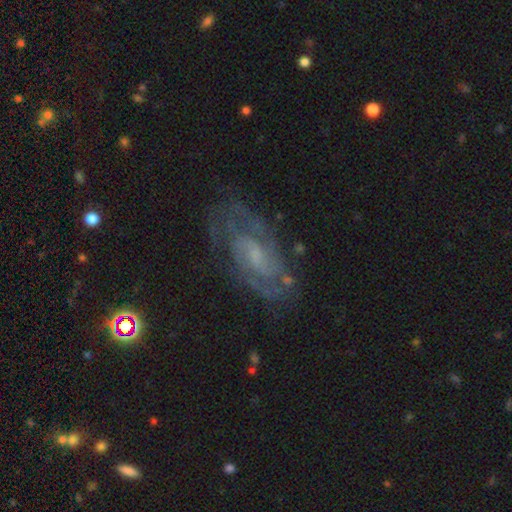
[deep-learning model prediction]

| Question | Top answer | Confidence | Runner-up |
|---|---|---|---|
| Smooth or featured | featured or disk | 81% | smooth (11%) |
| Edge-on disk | no | 94% | yes (6%) |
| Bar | weak | 47% | no (43%) |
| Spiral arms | yes | 92% | no (8%) |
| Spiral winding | tight | 45% | medium (43%) |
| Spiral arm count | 2 | 52% | can't tell (28%) |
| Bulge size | small | 48% | moderate (25%) |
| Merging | none | 71% | minor disturbance (18%) |